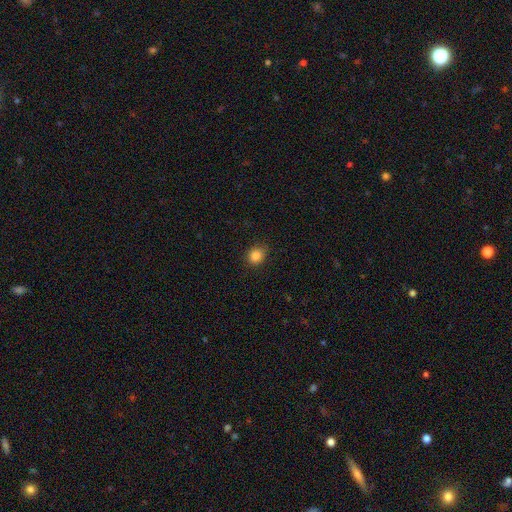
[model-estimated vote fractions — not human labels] This is clearly a smooth galaxy (85%). How rounded: likely round (70%). Merging: clearly none (85%).